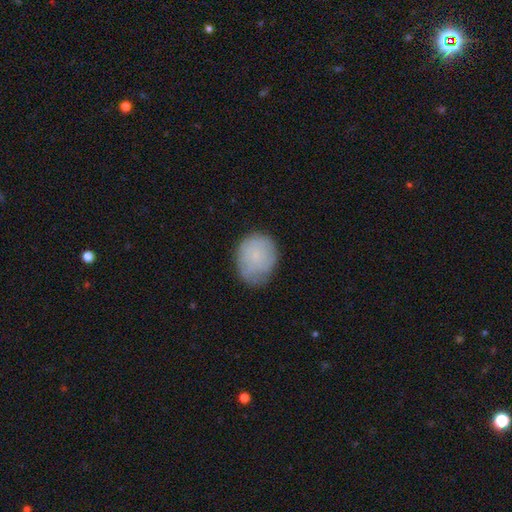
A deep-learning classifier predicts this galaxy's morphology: A smooth galaxy with no disk features (63%) that is round (54%). Merging: none (62%).